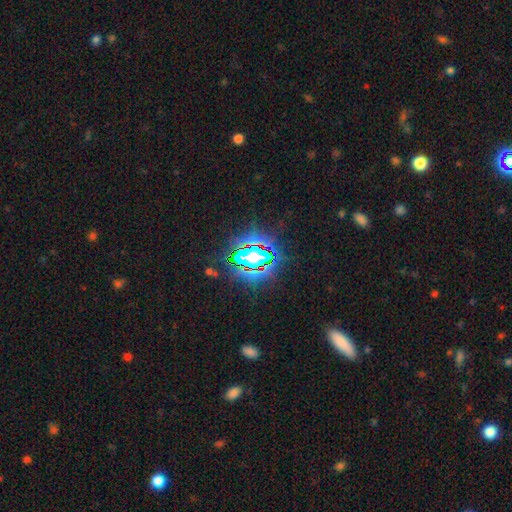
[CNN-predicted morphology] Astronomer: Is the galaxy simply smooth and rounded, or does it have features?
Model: star or artifact — 74%.